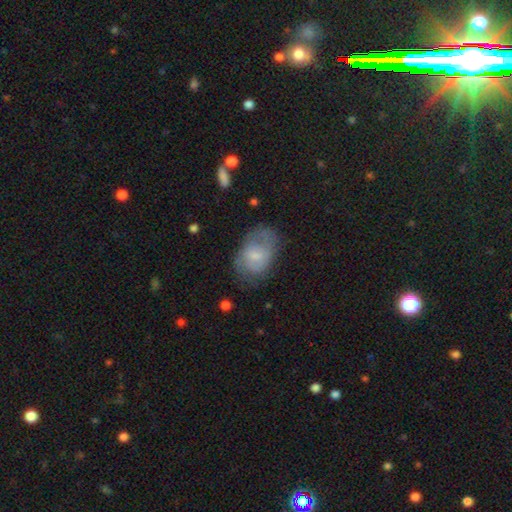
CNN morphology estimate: Smooth or featured: smooth — 48% (featured or disk — 45%)
Merging: none — 54% (minor disturbance — 28%)